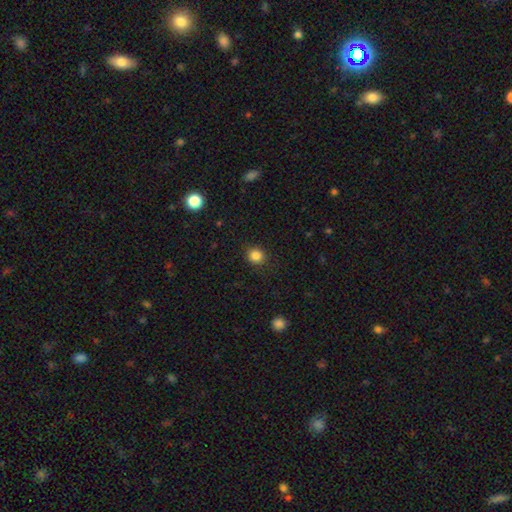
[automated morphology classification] The model was most divided on "how rounded": round: 84%, in between: 15%, cigar-shaped: 1%. More confident: merging — none (89%); smooth or featured — smooth (85%).